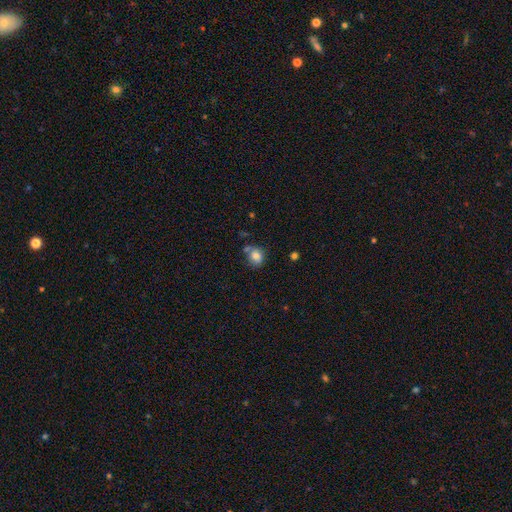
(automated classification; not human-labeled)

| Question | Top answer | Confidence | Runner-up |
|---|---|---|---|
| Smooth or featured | smooth | 81% | star or artifact (10%) |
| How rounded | round | 68% | in between (31%) |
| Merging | none | 58% | minor disturbance (20%) |